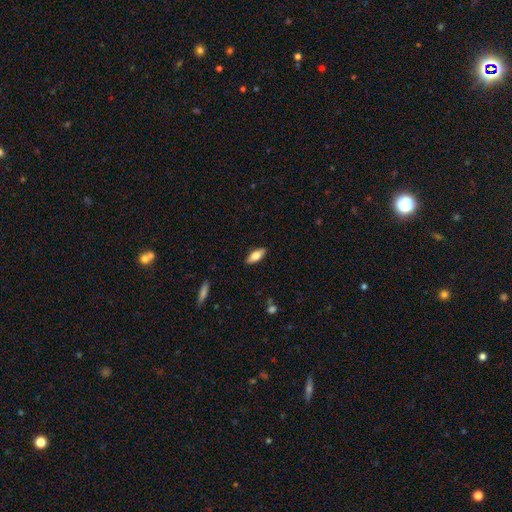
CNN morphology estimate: Smooth or featured? Predicted: smooth (p=0.71). How rounded? Predicted: in between (p=0.78). Merging? Predicted: none (p=0.88).